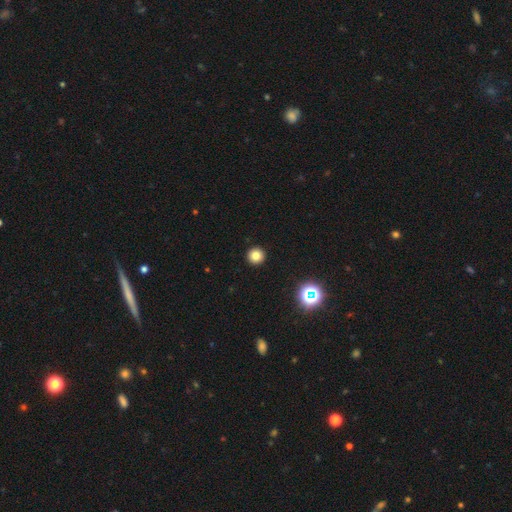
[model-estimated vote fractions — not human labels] Smooth or featured? Predicted: smooth (p=0.80). How rounded? Predicted: round (p=0.96). Merging? Predicted: none (p=0.94).